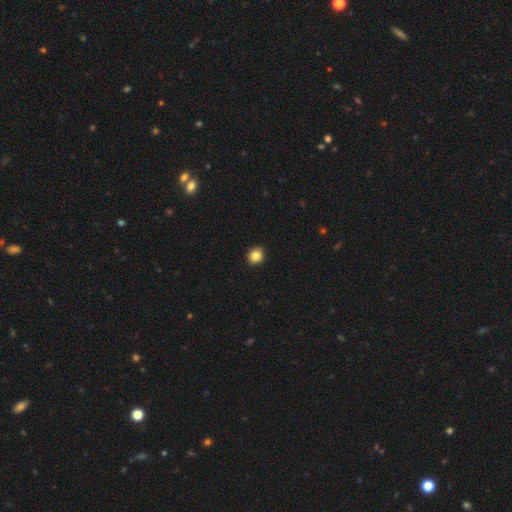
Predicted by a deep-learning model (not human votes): Smooth or featured? Predicted: smooth (p=0.86). How rounded? Predicted: round (p=0.76). Merging? Predicted: none (p=0.92).